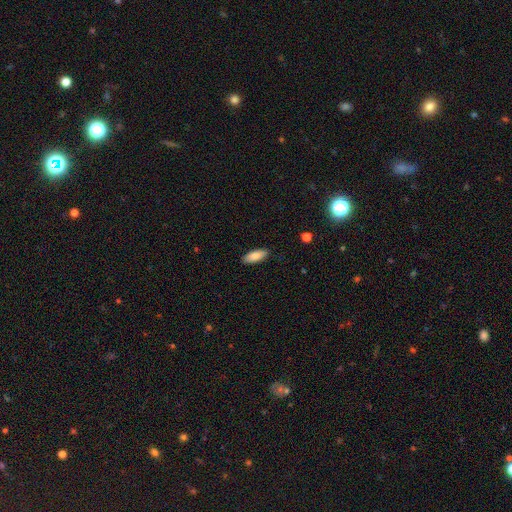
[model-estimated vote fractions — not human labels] A smooth galaxy with no disk features (84%) that is in between round and cigar-shaped (75%). Merging: none (89%).